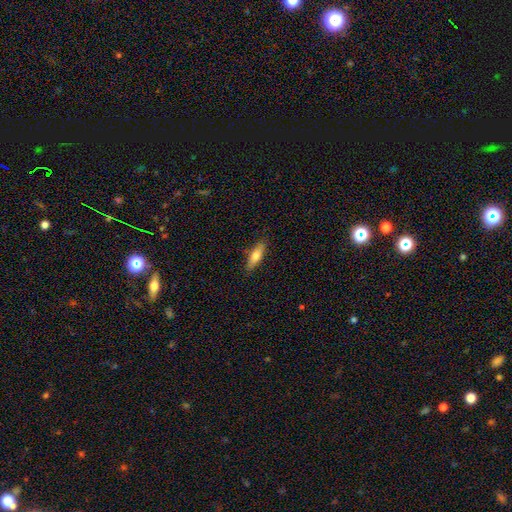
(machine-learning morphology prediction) type=smooth (68%); roundness=cigar-shaped (57%); merging=none (84%).